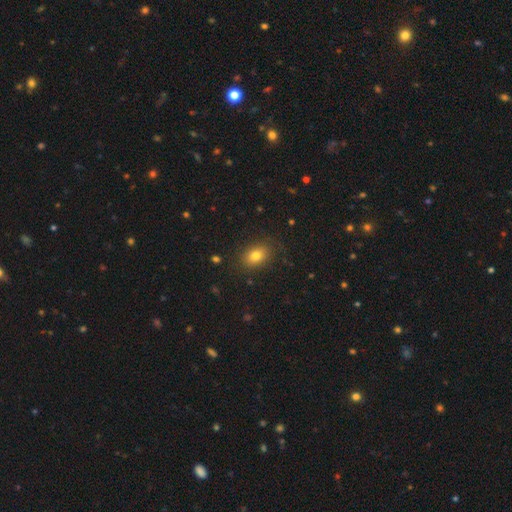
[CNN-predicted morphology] smooth-or-featured: smooth: 80% | star or artifact: 11% | featured or disk: 9%
  how-rounded: in between: 75% | round: 23% | cigar-shaped: 1%
  merging: none: 84% | minor disturbance: 11% | major disturbance: 3% | merger: 1%